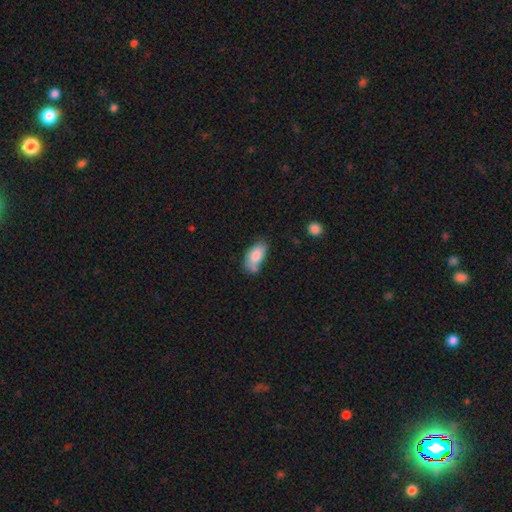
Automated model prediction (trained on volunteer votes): Smooth or featured: smooth — 81% (featured or disk — 12%)
How rounded: in between — 92% (cigar-shaped — 5%)
Merging: none — 51% (minor disturbance — 30%)